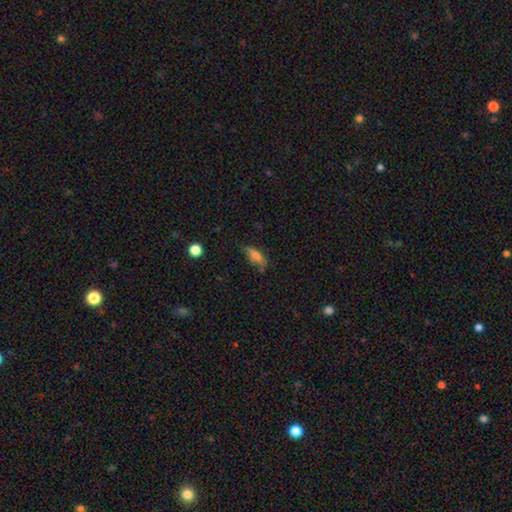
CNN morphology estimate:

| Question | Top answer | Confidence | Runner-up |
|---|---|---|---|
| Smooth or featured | smooth | 73% | featured or disk (17%) |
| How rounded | in between | 68% | cigar-shaped (29%) |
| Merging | none | 55% | minor disturbance (31%) |